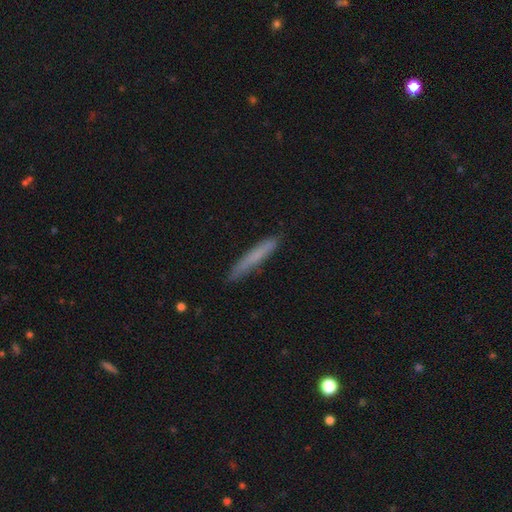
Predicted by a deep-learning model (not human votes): smooth 69%, featured or disk 24%, star or artifact 7%. Down the decision tree: how rounded — cigar-shaped (95%); merging — none (85%).